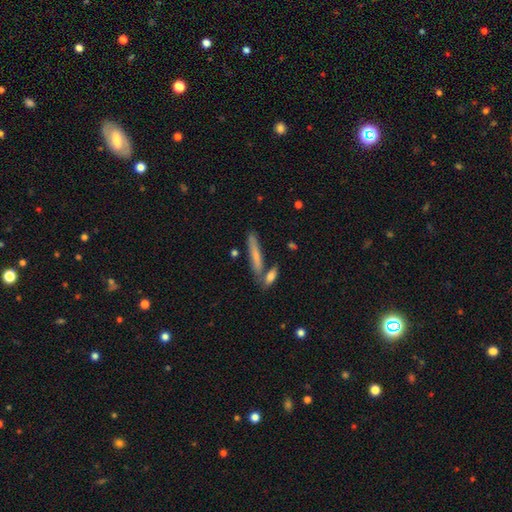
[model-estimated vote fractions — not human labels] smooth_or_featured: smooth (p=0.67) [alt: featured or disk p=0.26]
how_rounded: cigar-shaped (p=0.88) [alt: in between p=0.10]
merging: none (p=0.71) [alt: merger p=0.15]